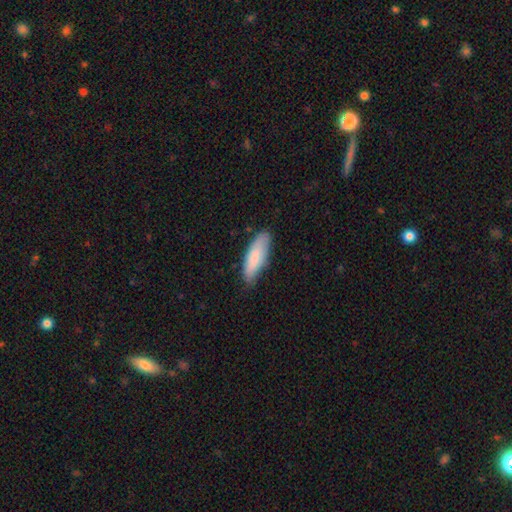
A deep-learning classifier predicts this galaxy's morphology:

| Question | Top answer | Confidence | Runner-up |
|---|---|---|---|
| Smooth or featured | smooth | 80% | featured or disk (14%) |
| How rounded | in between | 61% | cigar-shaped (37%) |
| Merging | none | 73% | minor disturbance (22%) |